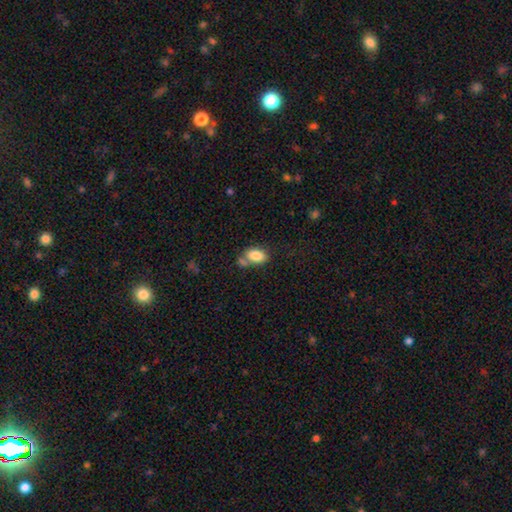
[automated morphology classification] Q: Smooth or featured?
A: smooth (84%); runner-up: featured or disk (9%)
Q: How rounded?
A: in between (90%); runner-up: round (8%)
Q: Merging?
A: none (49%); runner-up: merger (28%)